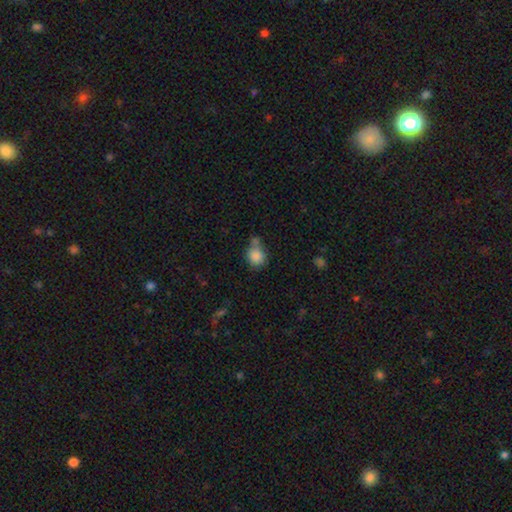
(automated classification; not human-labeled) smooth_or_featured: smooth (p=0.85) [alt: star or artifact p=0.09]
how_rounded: round (p=0.75) [alt: in between p=0.24]
merging: none (p=0.47) [alt: merger p=0.25]